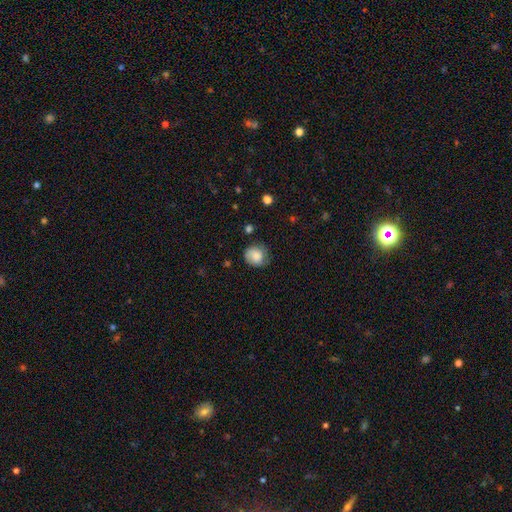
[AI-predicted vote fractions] The model was most divided on "merging": none: 66%, minor disturbance: 25%, major disturbance: 7%, merger: 2%. More confident: smooth or featured — smooth (75%); how rounded — round (75%).